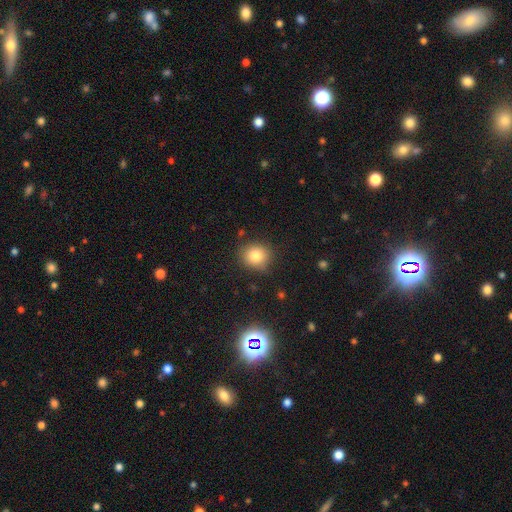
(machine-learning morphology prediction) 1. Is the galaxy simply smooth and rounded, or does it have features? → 80% smooth, 12% star or artifact, 8% featured or disk.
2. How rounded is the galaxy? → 82% round, 17% in between, 1% cigar-shaped.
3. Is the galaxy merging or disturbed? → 84% none, 11% minor disturbance, 3% major disturbance, 2% merger.